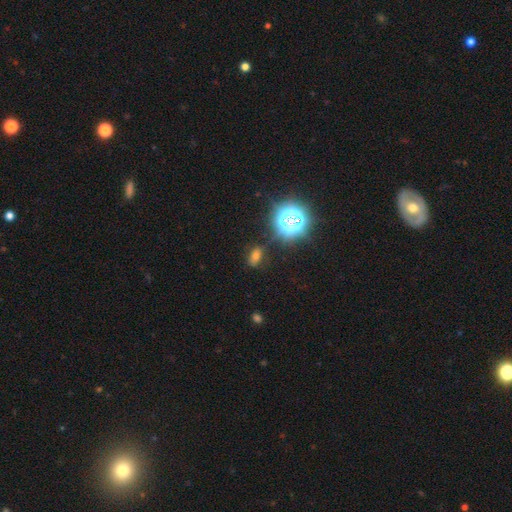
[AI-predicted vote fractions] Morphology: type=smooth (50%); roundness=in between (75%); merging=none (74%).